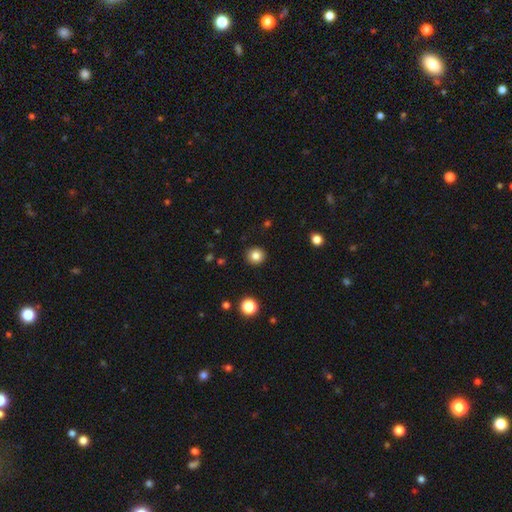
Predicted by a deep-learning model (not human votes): Morphology: type=smooth (83%); roundness=round (94%); merging=none (92%).